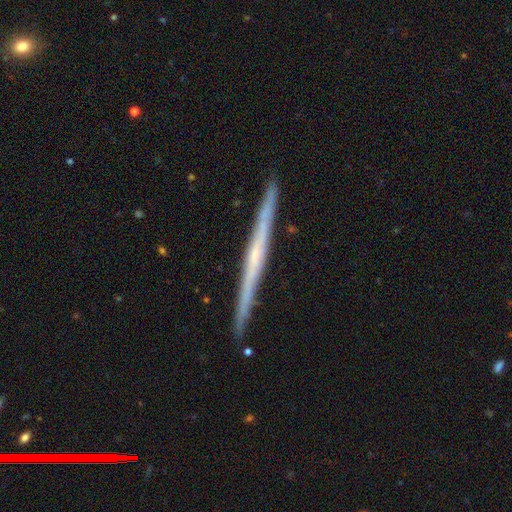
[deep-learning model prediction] Smooth or featured?
  - featured or disk: 73% *
  - smooth: 21%
  - star or artifact: 6%
Edge-on disk?
  - yes: 98% *
  - no: 2%
Edge-on bulge?
  - none: 66% *
  - rounded: 27%
  - boxy: 7%
Merging?
  - none: 92% *
  - minor disturbance: 6%
  - major disturbance: 1%
  - merger: 1%